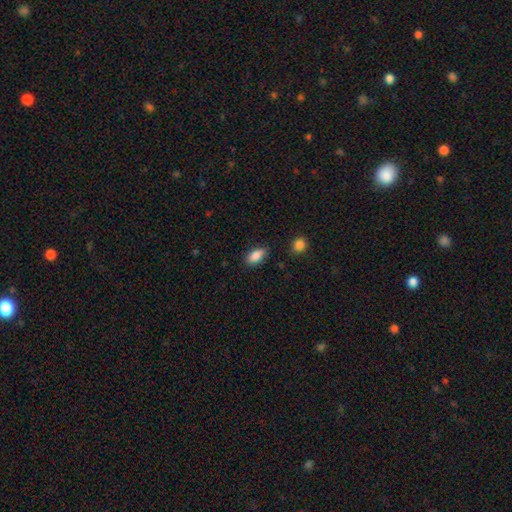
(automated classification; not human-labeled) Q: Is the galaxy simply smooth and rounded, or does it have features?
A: smooth — 87%.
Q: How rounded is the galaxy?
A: in between — 89%.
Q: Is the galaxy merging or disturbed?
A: none — 80%.